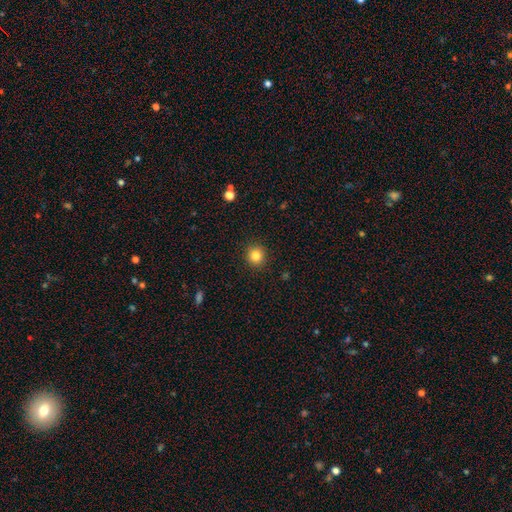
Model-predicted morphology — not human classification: Q: Smooth or featured?
A: smooth (84%); runner-up: star or artifact (11%)
Q: How rounded?
A: round (91%); runner-up: in between (8%)
Q: Merging?
A: none (92%); runner-up: minor disturbance (6%)